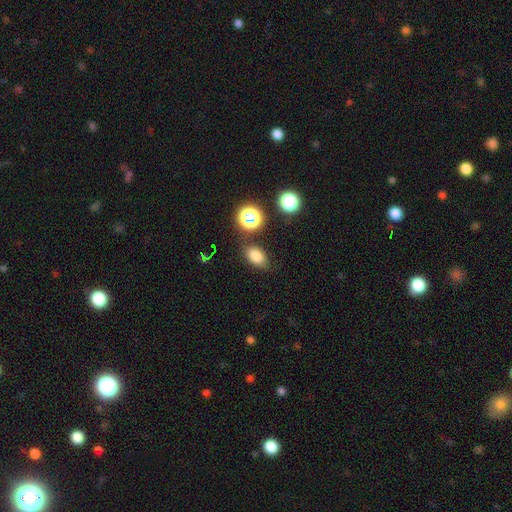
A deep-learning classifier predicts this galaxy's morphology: smooth 78%, star or artifact 15%, featured or disk 7%. Down the decision tree: how rounded — in between (83%); merging — none (78%).